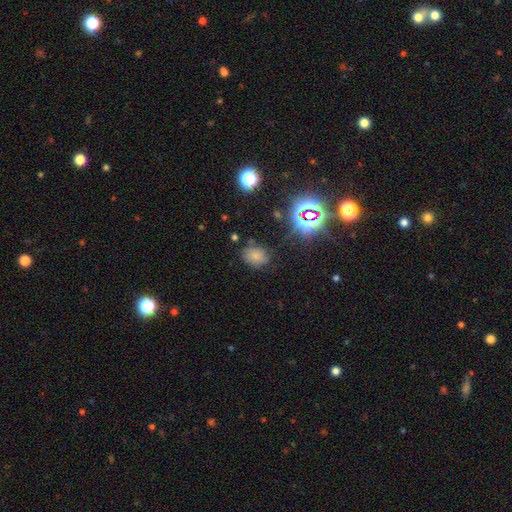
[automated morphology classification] A smooth galaxy with no disk features (66%) that is in between round and cigar-shaped (62%).

Vote fractions:
- Smooth or featured? smooth: 66% / star or artifact: 23% / featured or disk: 11%
- How rounded? in between: 62% / round: 37% / cigar-shaped: 1%
- Merging? none: 75% / minor disturbance: 17% / major disturbance: 5% / merger: 3%